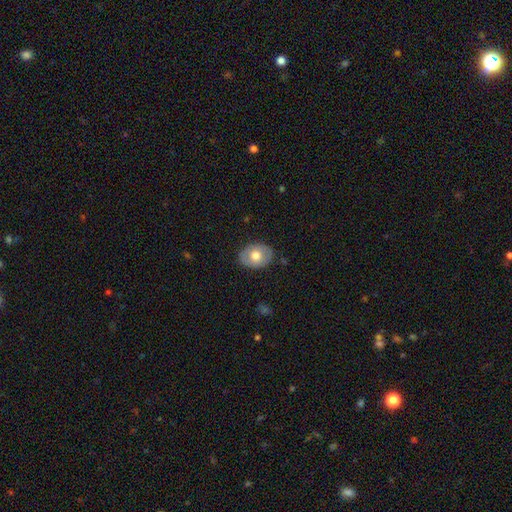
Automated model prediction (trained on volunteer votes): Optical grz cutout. It shows a smooth galaxy with no disk features (66%) that is in between round and cigar-shaped (71%). Merging: none (84%).